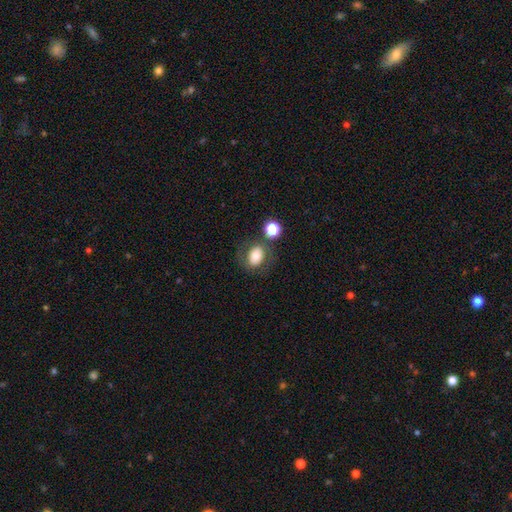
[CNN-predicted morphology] Smooth or featured? smooth (68%)
How rounded? in between (60%)
Merging? none (63%)